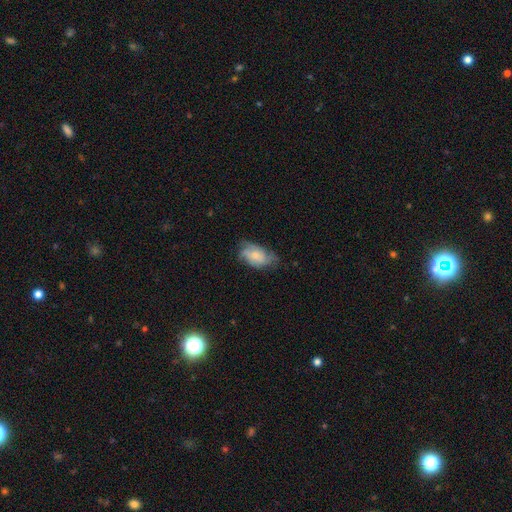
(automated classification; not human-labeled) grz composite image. It shows a featured or disk galaxy (49%). Merging: none (55%).